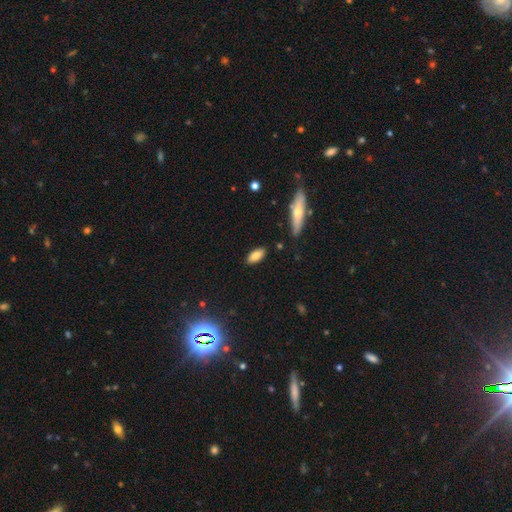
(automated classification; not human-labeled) A smooth galaxy with no disk features (81%) that is in between round and cigar-shaped (82%).

Vote fractions:
- Smooth or featured? smooth: 81% / featured or disk: 11% / star or artifact: 8%
- How rounded? in between: 82% / cigar-shaped: 15% / round: 2%
- Merging? none: 85% / minor disturbance: 10% / major disturbance: 2% / merger: 2%